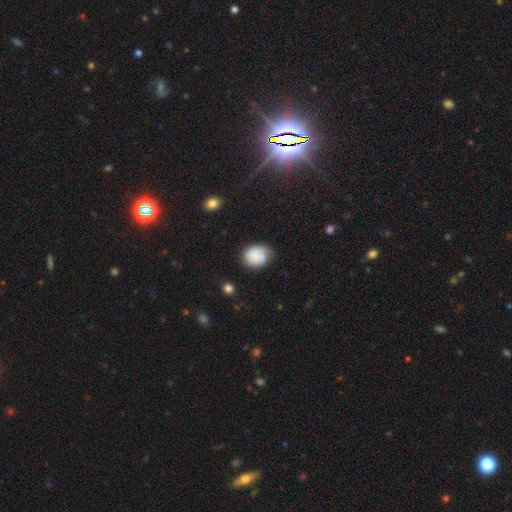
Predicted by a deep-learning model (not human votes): Morphology: type=smooth (77%); roundness=round (51%); merging=none (68%).